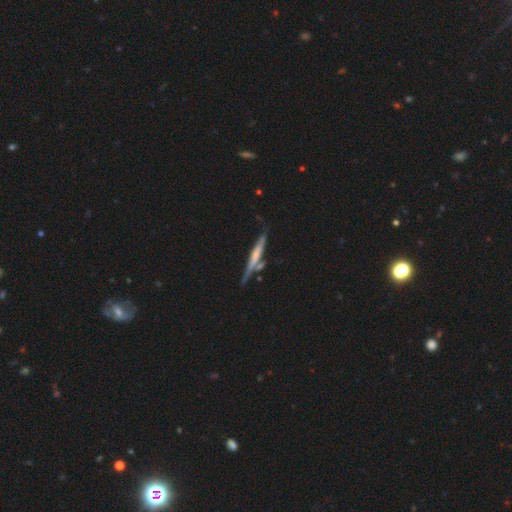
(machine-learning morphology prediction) A featured or disk galaxy (56%) viewed edge-on (93%) with no central bulge (48%). Merging: none (64%).